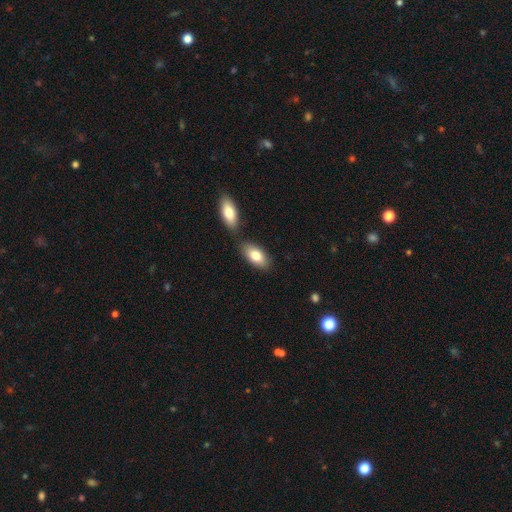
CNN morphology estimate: This is likely a smooth galaxy (80%). How rounded: clearly in between (92%). Merging: likely none (67%).